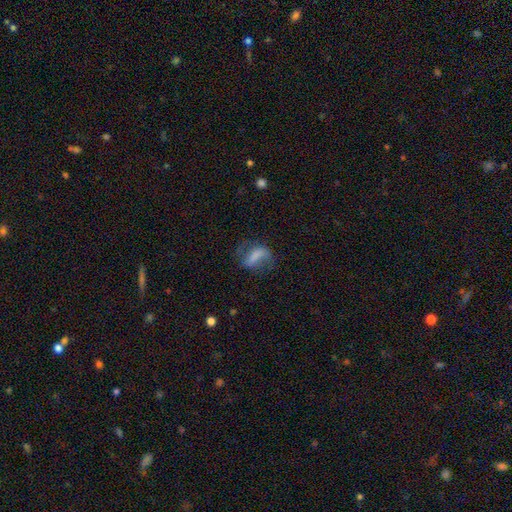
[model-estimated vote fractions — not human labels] The model was most divided on "smooth or featured": featured or disk: 48%, smooth: 42%, star or artifact: 11%. Remaining: merging — none (47%).